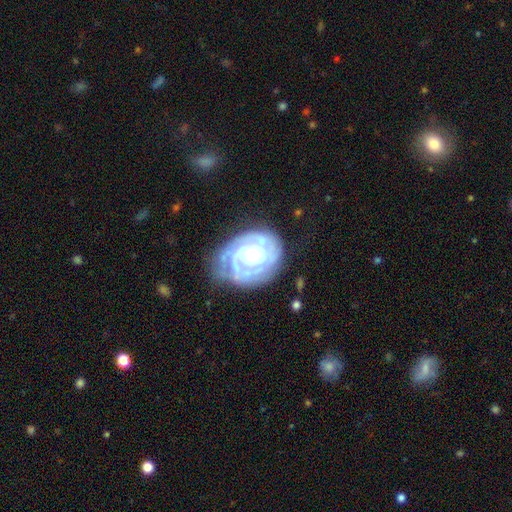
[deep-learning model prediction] This is likely a featured or disk galaxy (80%). It is clearly not viewed edge-on (97%). Bar: likely no (62%). Spiral arm pattern: clearly yes (84%). Spiral arm count: possibly can't tell (46%). Spiral winding: likely tight (71%). Central bulge: marginally moderate (45%). Merging: possibly none (58%).